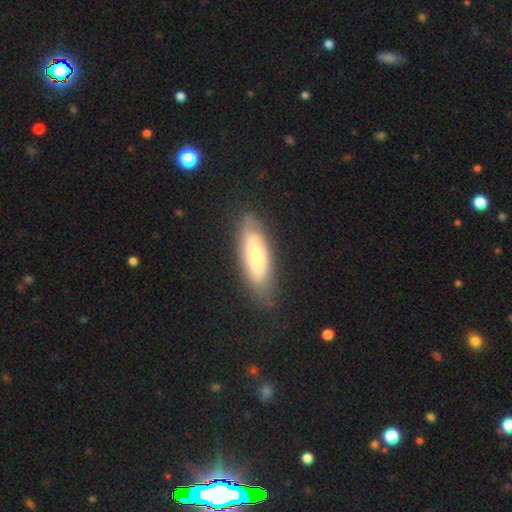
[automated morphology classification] Smooth or featured: smooth — 49% (featured or disk — 45%)
Merging: none — 73% (minor disturbance — 20%)